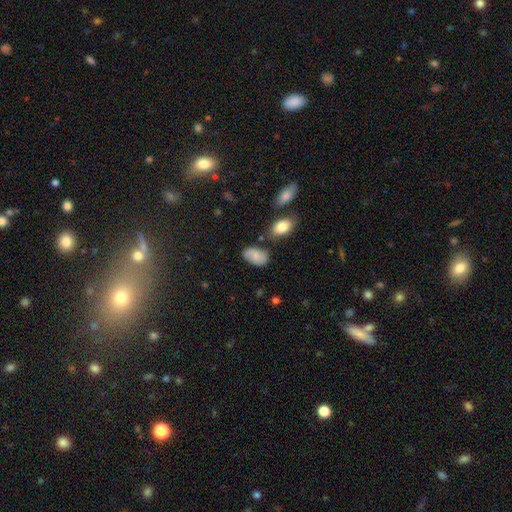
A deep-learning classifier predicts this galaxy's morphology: The model was most divided on "merging": none: 64%, minor disturbance: 24%, merger: 6%, major disturbance: 6%. More confident: how rounded — in between (91%); smooth or featured — smooth (74%).